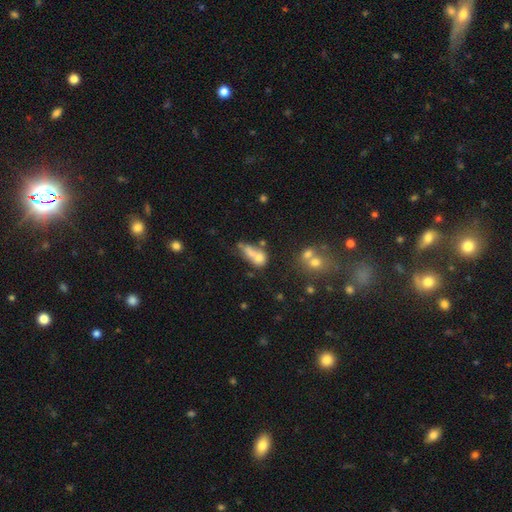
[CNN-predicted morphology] This appears to be a smooth galaxy with no disk features (60%) that is in between round and cigar-shaped (61%). Merging: merger (52%).